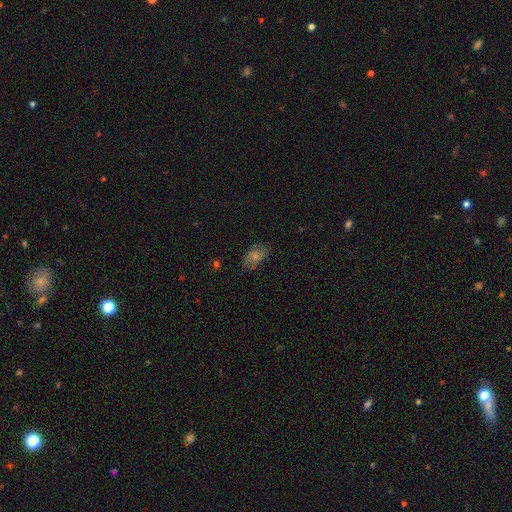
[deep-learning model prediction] Smooth or featured? Predicted: smooth (p=0.46). Merging? Predicted: none (p=0.77).